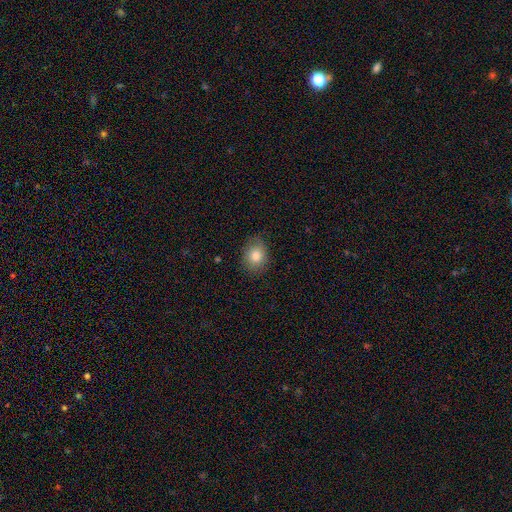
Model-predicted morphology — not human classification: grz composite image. It shows a smooth galaxy with no disk features (81%) that is round (51%). Merging: none (79%).